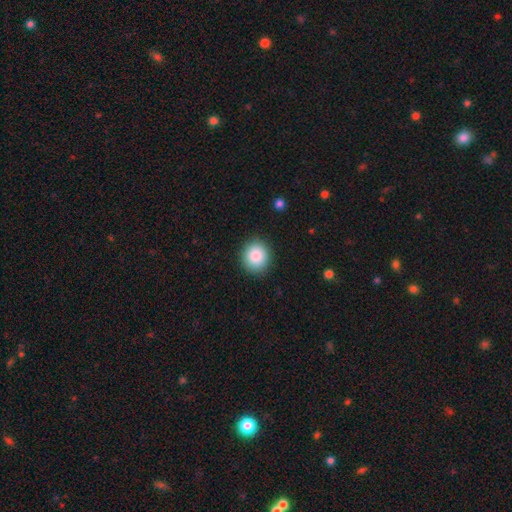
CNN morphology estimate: smooth_or_featured: smooth (p=0.87) [alt: star or artifact p=0.08]
how_rounded: round (p=0.82) [alt: in between p=0.17]
merging: none (p=0.90) [alt: minor disturbance p=0.07]